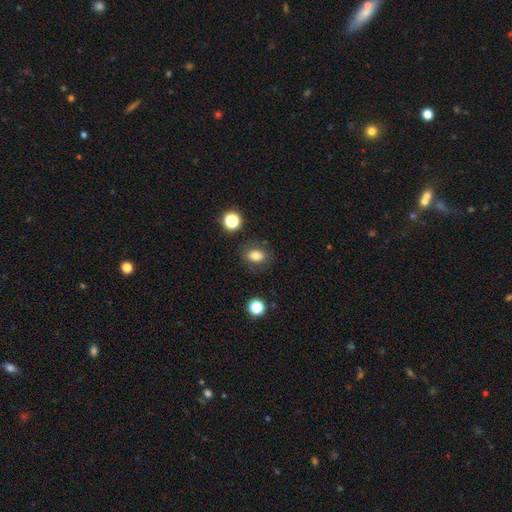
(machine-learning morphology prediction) A smooth galaxy with no disk features (79%) that is in between round and cigar-shaped (68%). Merging: none (81%).